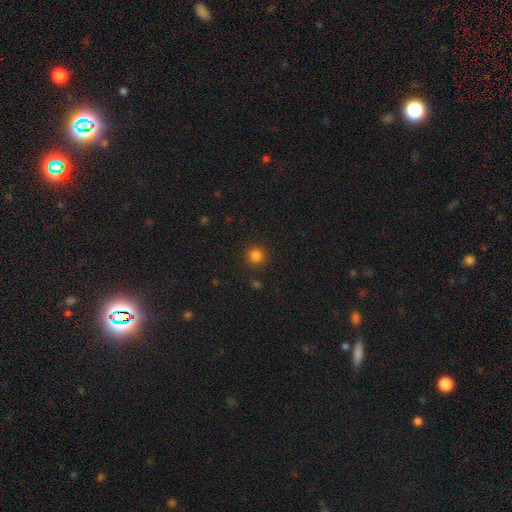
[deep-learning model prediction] Smooth or featured?
  - smooth: 83% *
  - star or artifact: 13%
  - featured or disk: 4%
How rounded?
  - round: 93% *
  - in between: 6%
  - cigar-shaped: 1%
Merging?
  - none: 89% *
  - minor disturbance: 6%
  - major disturbance: 2%
  - merger: 2%